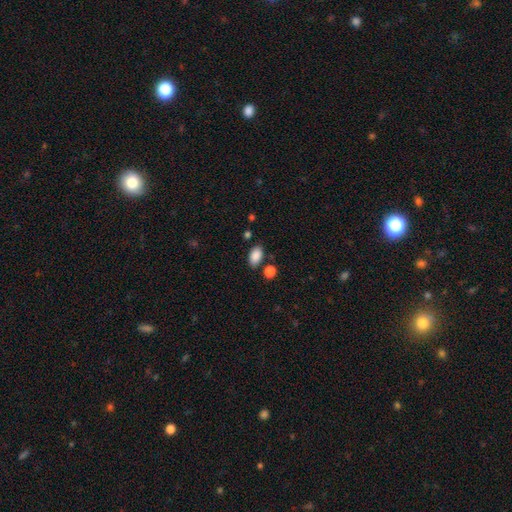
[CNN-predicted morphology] type=smooth (88%); roundness=in between (91%); merging=none (79%).